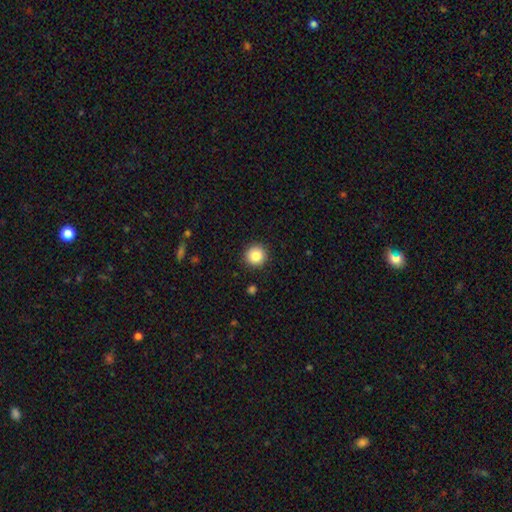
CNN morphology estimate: This appears to be a smooth galaxy with no disk features (85%) that is round (95%). Merging: none (92%).